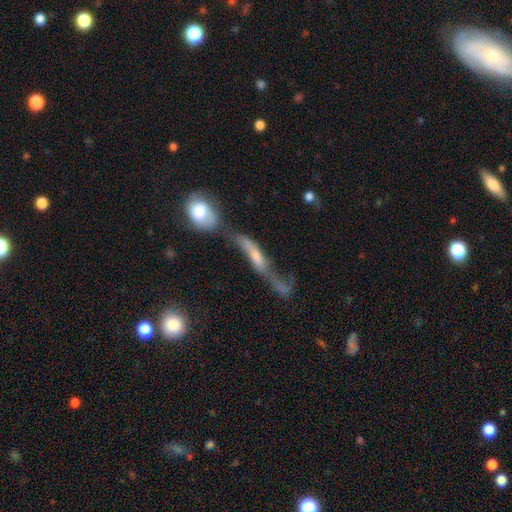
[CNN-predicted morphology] featured or disk 58%, smooth 31%, star or artifact 11%. Down the decision tree: edge-on disk — no (63%); merging — merger (54%).